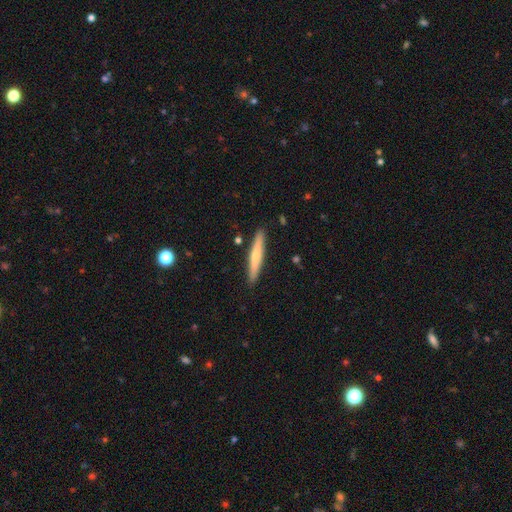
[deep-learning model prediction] Q: Smooth or featured?
A: smooth (50%); runner-up: featured or disk (44%)
Q: How rounded?
A: cigar-shaped (94%); runner-up: in between (5%)
Q: Merging?
A: none (90%); runner-up: minor disturbance (7%)